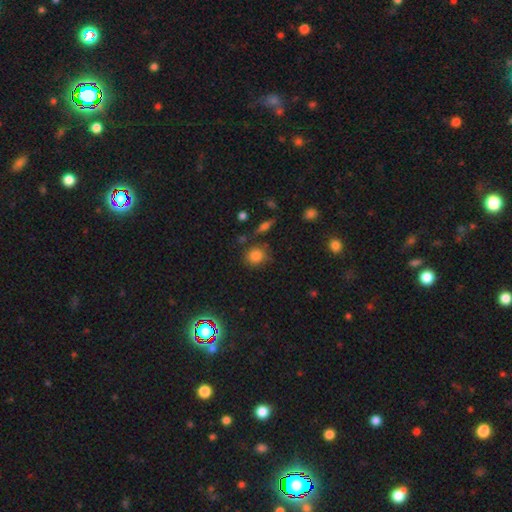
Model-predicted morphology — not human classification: smooth 80%, star or artifact 13%, featured or disk 7%. Down the decision tree: how rounded — round (82%); merging — none (74%).